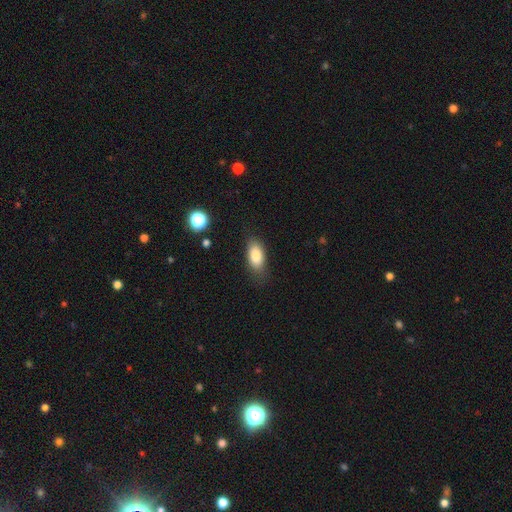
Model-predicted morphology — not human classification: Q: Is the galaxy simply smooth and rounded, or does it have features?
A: smooth — 83%.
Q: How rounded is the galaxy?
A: in between — 88%.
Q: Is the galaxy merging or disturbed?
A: none — 79%.